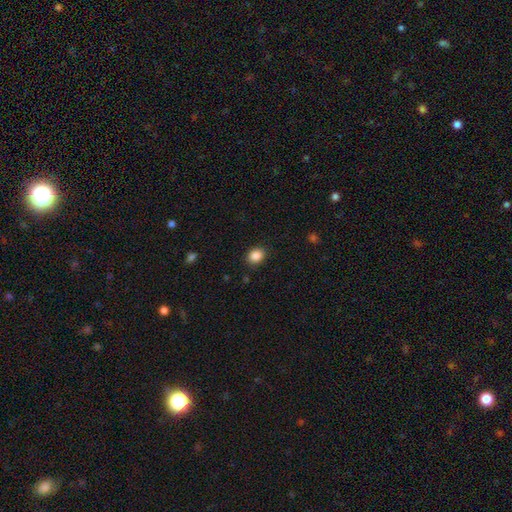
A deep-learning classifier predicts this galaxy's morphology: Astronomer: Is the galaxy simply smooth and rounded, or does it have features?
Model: smooth — 87%.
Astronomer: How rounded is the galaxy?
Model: round — 50% (runner-up: in between, 49%).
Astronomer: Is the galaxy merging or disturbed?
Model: none — 88%.